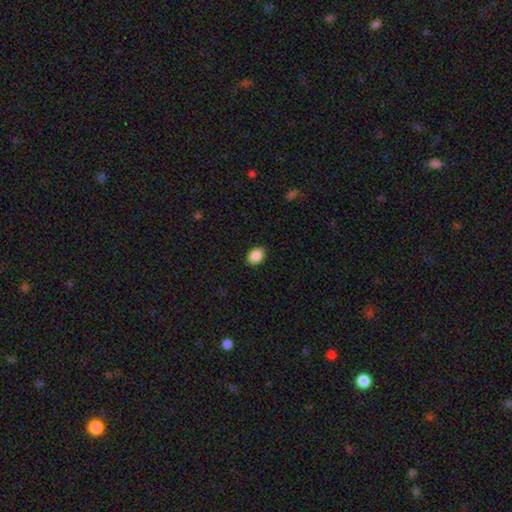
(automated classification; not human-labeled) Smooth or featured? Predicted: smooth (p=0.89). How rounded? Predicted: in between (p=0.72). Merging? Predicted: none (p=0.89).